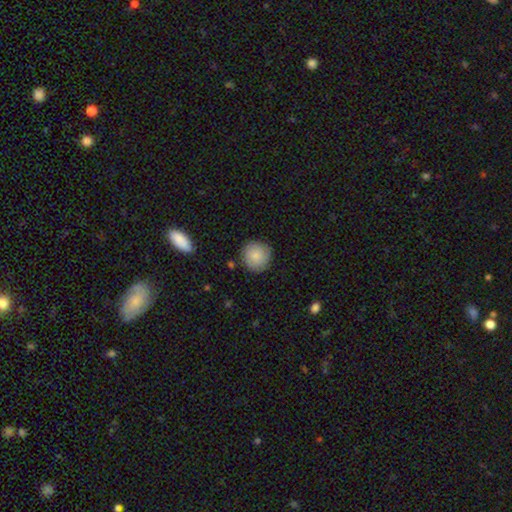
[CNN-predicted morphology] Overall: smooth (83%). How rounded: round (93%). Merging: none (85%).